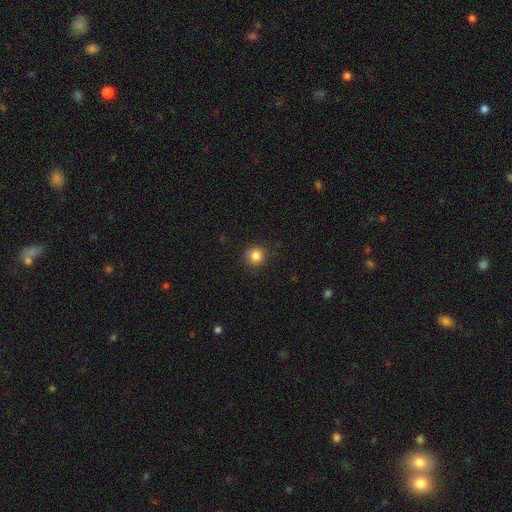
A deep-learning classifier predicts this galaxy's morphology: A smooth galaxy with no disk features (84%) that is round (94%). Merging: none (90%).